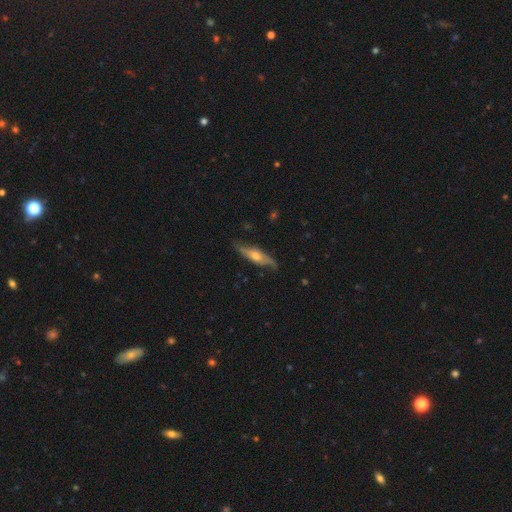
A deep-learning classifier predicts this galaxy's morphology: This is likely a featured or disk galaxy (60%). It is likely viewed edge-on (71%). Merging: likely none (76%).